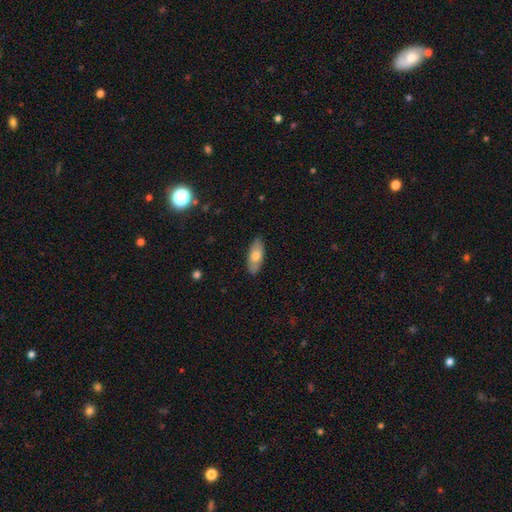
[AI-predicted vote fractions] This appears to be a smooth galaxy with no disk features (70%) that is in between round and cigar-shaped (81%). Merging: none (85%).